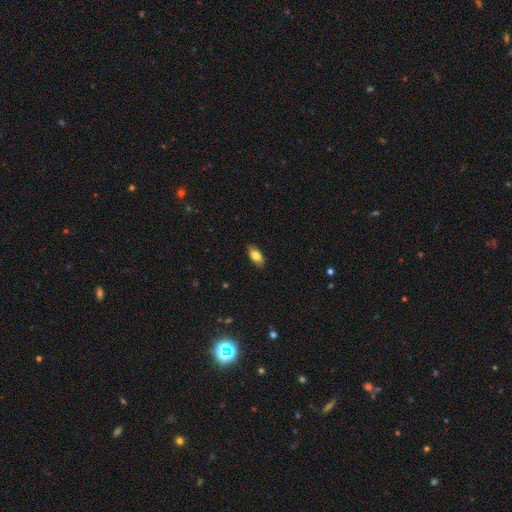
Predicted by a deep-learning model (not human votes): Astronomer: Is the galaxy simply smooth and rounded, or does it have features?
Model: smooth — 81%.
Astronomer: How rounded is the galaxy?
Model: in between — 90%.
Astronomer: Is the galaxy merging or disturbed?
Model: none — 86%.